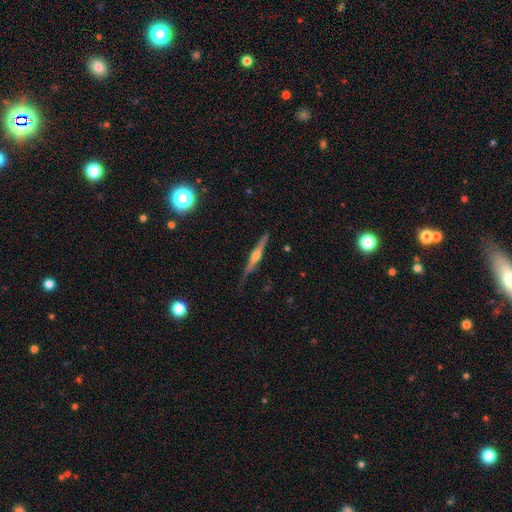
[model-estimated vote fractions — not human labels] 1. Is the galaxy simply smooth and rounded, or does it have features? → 71% featured or disk, 23% smooth, 6% star or artifact.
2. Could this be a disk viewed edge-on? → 97% yes, 3% no.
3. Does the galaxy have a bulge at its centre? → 88% rounded, 7% none, 5% boxy.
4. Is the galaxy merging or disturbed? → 79% none, 17% minor disturbance, 3% major disturbance, 2% merger.